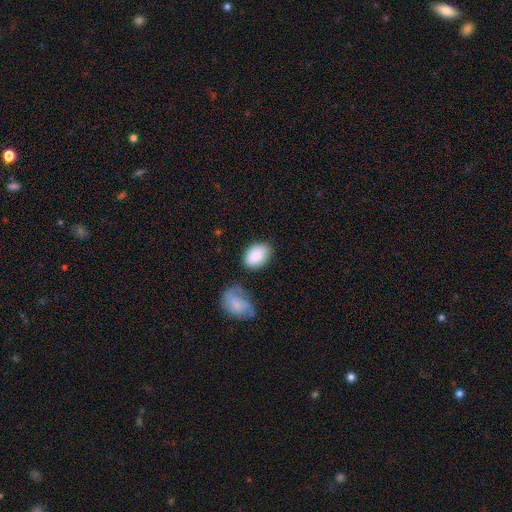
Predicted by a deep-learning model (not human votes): A smooth galaxy with no disk features (86%) that is in between round and cigar-shaped (86%).

Vote fractions:
- Smooth or featured? smooth: 86% / featured or disk: 8% / star or artifact: 6%
- How rounded? in between: 86% / round: 13% / cigar-shaped: 1%
- Merging? none: 65% / minor disturbance: 19% / merger: 10% / major disturbance: 6%